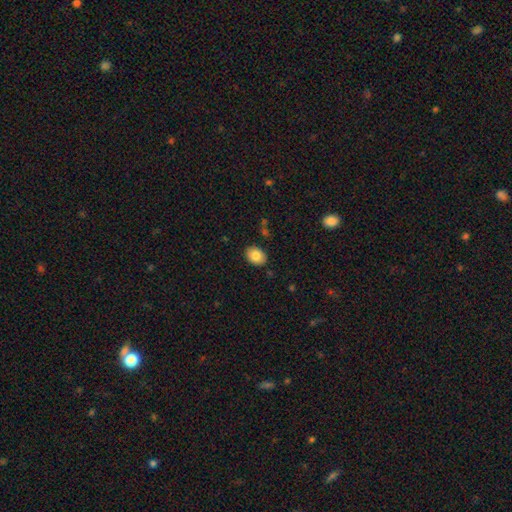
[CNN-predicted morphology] This is clearly a smooth galaxy (84%). How rounded: likely in between (69%). Merging: clearly none (88%).